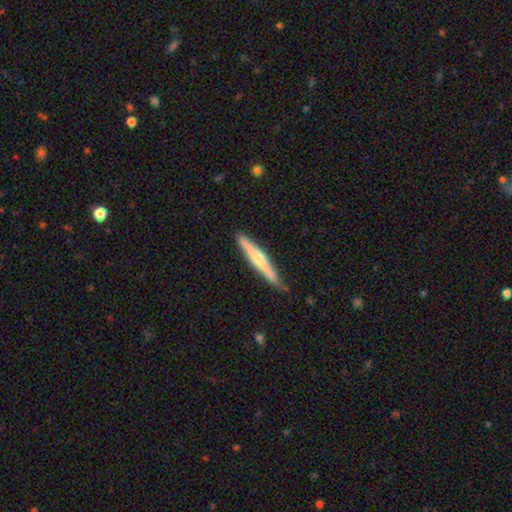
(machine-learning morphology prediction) A featured or disk galaxy (61%) viewed edge-on (96%) with a rounded central bulge (77%).

Vote fractions:
- Smooth or featured? featured or disk: 61% / smooth: 33% / star or artifact: 6%
- Edge-on disk? yes: 96% / no: 4%
- Edge-on bulge? rounded: 77% / none: 17% / boxy: 7%
- Merging? none: 87% / minor disturbance: 10% / major disturbance: 2% / merger: 1%